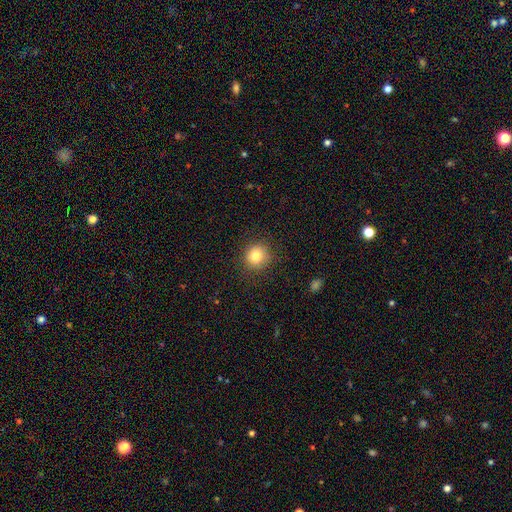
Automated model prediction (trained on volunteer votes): The model was most divided on "smooth or featured": smooth: 81%, star or artifact: 11%, featured or disk: 7%. More confident: how rounded — round (90%); merging — none (89%).